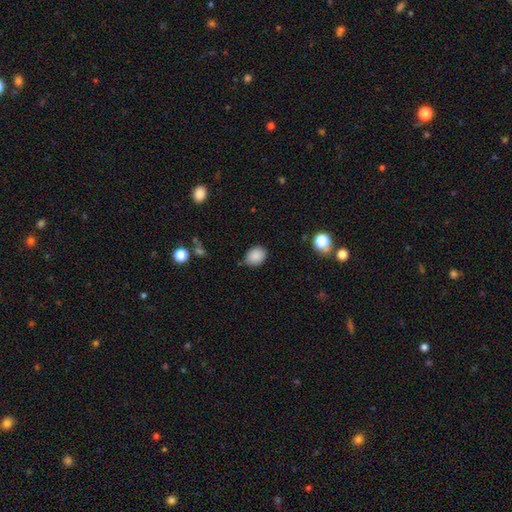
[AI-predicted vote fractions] Morphology: type=smooth (87%); roundness=in between (58%); merging=none (79%).